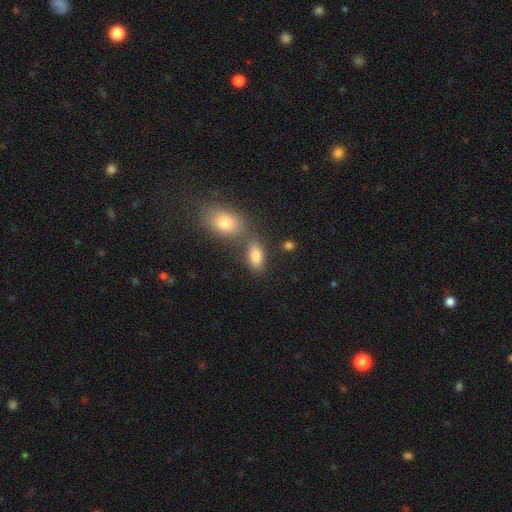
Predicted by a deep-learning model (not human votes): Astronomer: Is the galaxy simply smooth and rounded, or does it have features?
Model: smooth — 81%.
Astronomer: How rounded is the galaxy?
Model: in between — 89%.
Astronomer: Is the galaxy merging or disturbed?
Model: none — 57%.